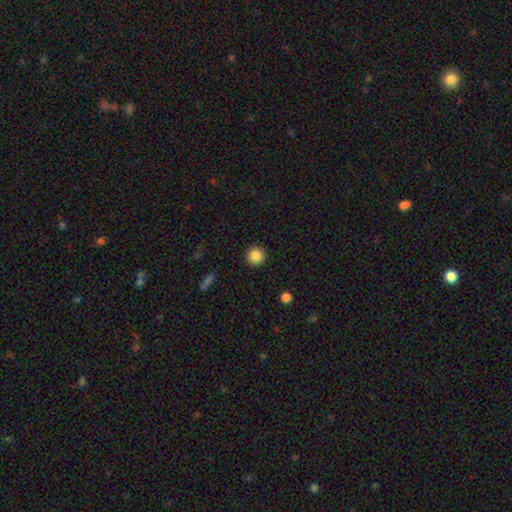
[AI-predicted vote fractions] smooth-or-featured: smooth: 85% | star or artifact: 10% | featured or disk: 5%
  how-rounded: round: 96% | in between: 3% | cigar-shaped: 1%
  merging: none: 93% | minor disturbance: 5% | major disturbance: 2% | merger: 1%